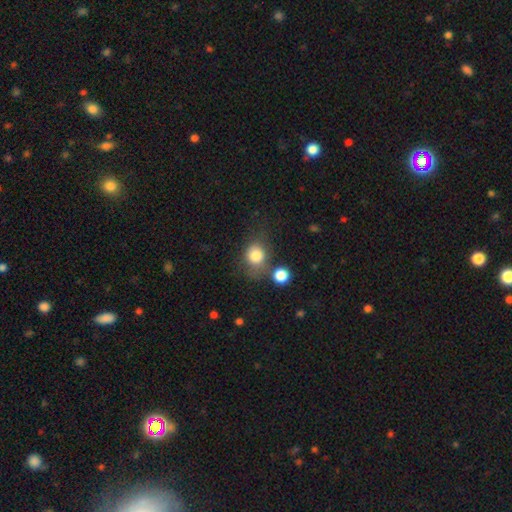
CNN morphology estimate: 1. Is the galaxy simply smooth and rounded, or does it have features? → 81% smooth, 10% star or artifact, 9% featured or disk.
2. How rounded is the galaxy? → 67% round, 32% in between, 1% cigar-shaped.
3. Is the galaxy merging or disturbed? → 56% none, 20% minor disturbance, 14% merger, 10% major disturbance.